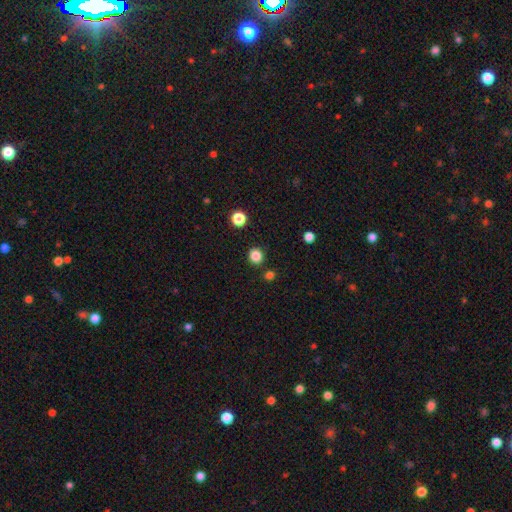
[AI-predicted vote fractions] This appears to be a smooth galaxy with no disk features (85%) that is round (87%). Merging: none (88%).